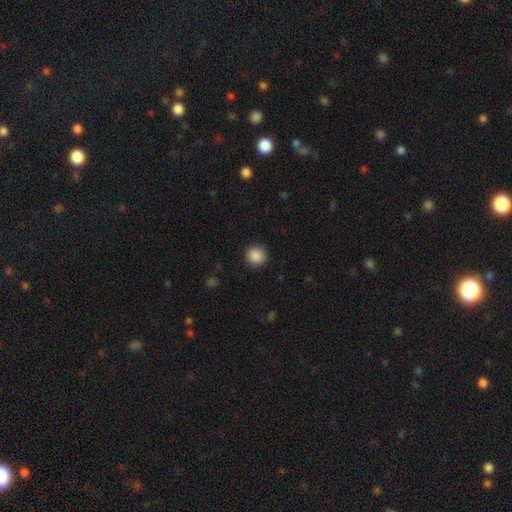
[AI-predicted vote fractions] smooth 88%, star or artifact 9%, featured or disk 3%. Down the decision tree: how rounded — round (93%); merging — none (91%).